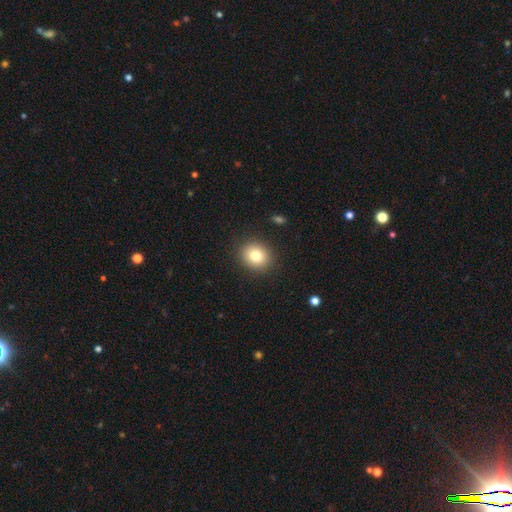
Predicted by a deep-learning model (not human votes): Smooth or featured? Predicted: smooth (p=0.82). How rounded? Predicted: round (p=0.73). Merging? Predicted: none (p=0.90).